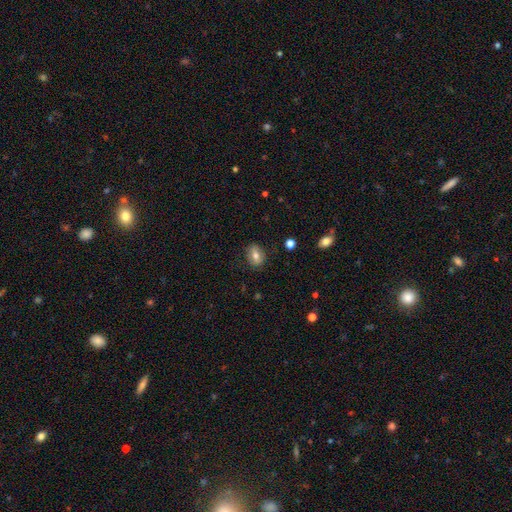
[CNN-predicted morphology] A smooth galaxy with no disk features (69%) that is in between round and cigar-shaped (65%). Merging: none (83%).